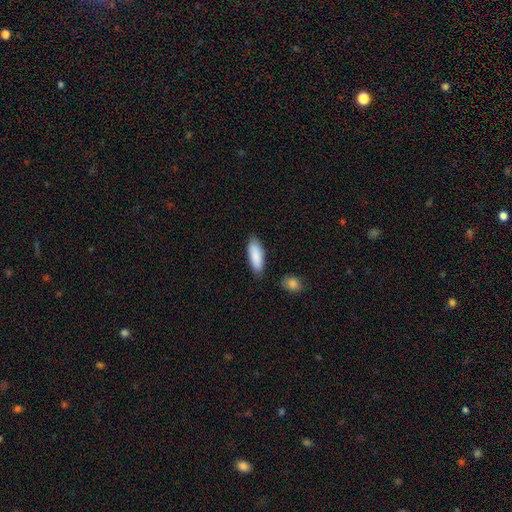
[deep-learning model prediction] Smooth or featured?
  - smooth: 88% *
  - featured or disk: 7%
  - star or artifact: 6%
How rounded?
  - in between: 65% *
  - cigar-shaped: 33%
  - round: 2%
Merging?
  - none: 82% *
  - minor disturbance: 12%
  - merger: 3%
  - major disturbance: 3%